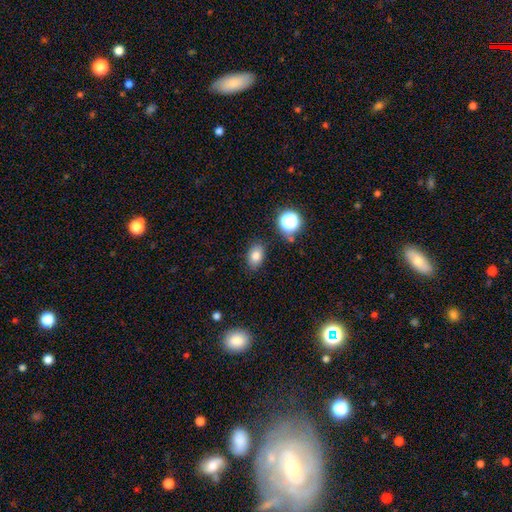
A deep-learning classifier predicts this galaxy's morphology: A smooth galaxy with no disk features (80%) that is in between round and cigar-shaped (81%). Merging: none (83%).